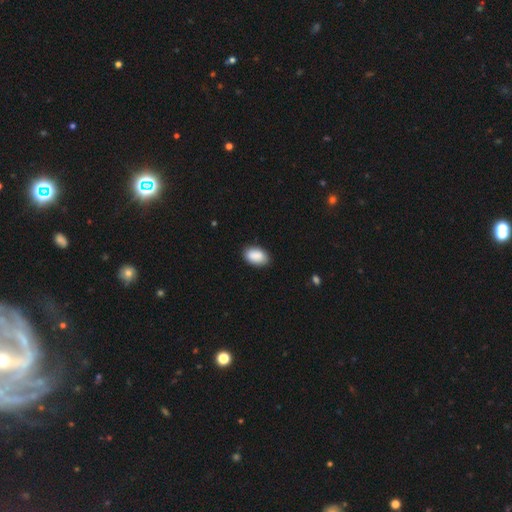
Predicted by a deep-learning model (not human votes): smooth-or-featured: smooth: 90% | star or artifact: 6% | featured or disk: 4%
  how-rounded: in between: 91% | round: 7% | cigar-shaped: 1%
  merging: none: 86% | minor disturbance: 11% | major disturbance: 2% | merger: 1%